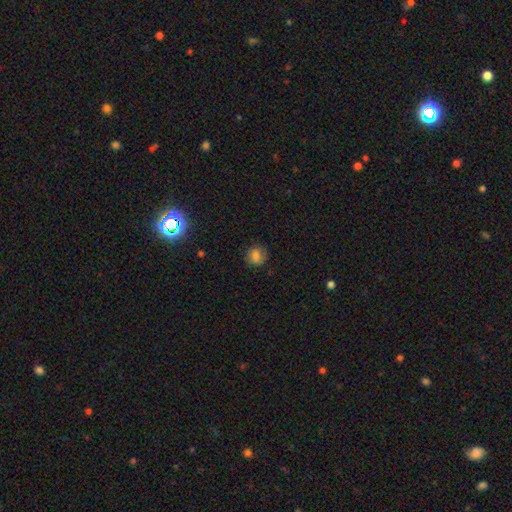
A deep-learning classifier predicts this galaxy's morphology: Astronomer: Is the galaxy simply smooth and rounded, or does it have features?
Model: smooth — 73%.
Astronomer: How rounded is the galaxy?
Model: round — 81%.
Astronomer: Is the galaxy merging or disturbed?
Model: none — 82%.